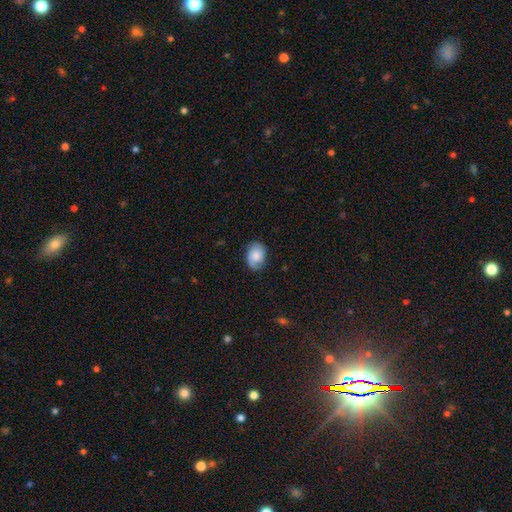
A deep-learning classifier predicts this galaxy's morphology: Overall: smooth (53%; featured or disk 39%). How rounded: in between (64%; round 35%). Merging: none (75%).